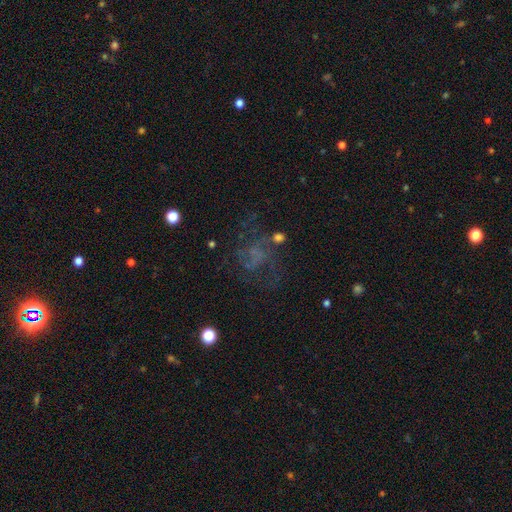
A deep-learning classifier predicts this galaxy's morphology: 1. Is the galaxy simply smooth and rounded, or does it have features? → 53% featured or disk, 24% smooth, 23% star or artifact.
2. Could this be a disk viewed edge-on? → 98% no, 2% yes.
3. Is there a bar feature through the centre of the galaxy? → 80% no, 16% weak, 4% strong.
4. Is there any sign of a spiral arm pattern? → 51% no, 49% yes.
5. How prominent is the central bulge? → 69% none, 17% small, 9% moderate, 3% large, 1% dominant.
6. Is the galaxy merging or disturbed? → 47% none, 32% major disturbance, 16% minor disturbance, 4% merger.